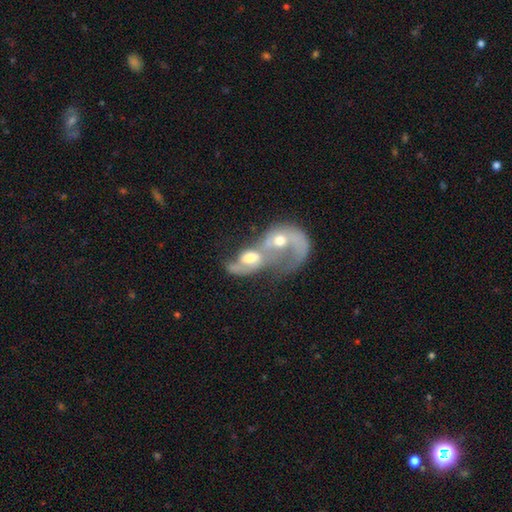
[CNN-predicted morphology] Smooth or featured: featured or disk — 70% (smooth — 21%)
Edge-on disk: no — 95% (yes — 5%)
Bar: no — 67% (weak — 25%)
Spiral arms: yes — 69% (no — 31%)
Bulge size: moderate — 60% (small — 25%)
Merging: merger — 85% (none — 6%)